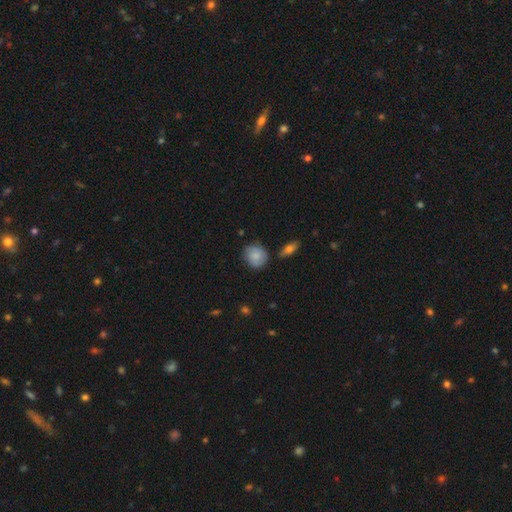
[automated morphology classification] A smooth galaxy with no disk features (81%) that is round (80%).

Vote fractions:
- Smooth or featured? smooth: 81% / featured or disk: 12% / star or artifact: 7%
- How rounded? round: 80% / in between: 19% / cigar-shaped: 1%
- Merging? none: 76% / minor disturbance: 17% / merger: 4% / major disturbance: 3%